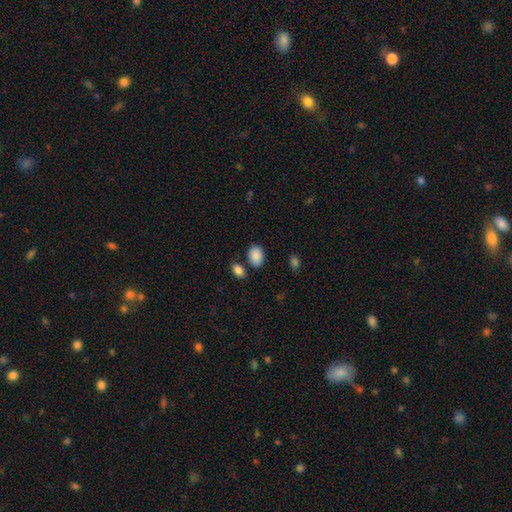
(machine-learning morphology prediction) A smooth galaxy with no disk features (88%) that is in between round and cigar-shaped (79%).

Vote fractions:
- Smooth or featured? smooth: 88% / star or artifact: 8% / featured or disk: 4%
- How rounded? in between: 79% / round: 20% / cigar-shaped: 1%
- Merging? none: 75% / minor disturbance: 13% / merger: 8% / major disturbance: 3%